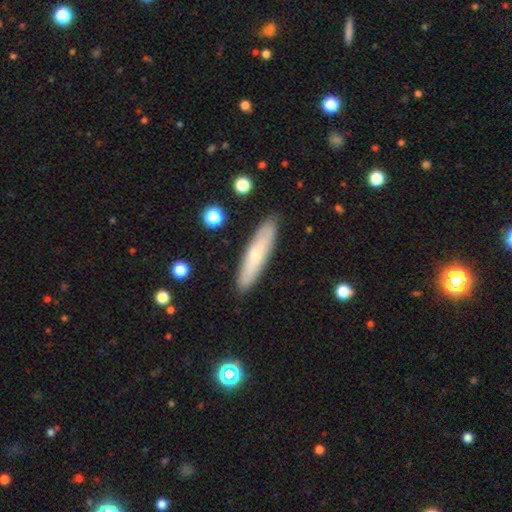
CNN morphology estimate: Smooth or featured?
  - smooth: 59% *
  - featured or disk: 35%
  - star or artifact: 7%
How rounded?
  - cigar-shaped: 84% *
  - in between: 14%
  - round: 2%
Merging?
  - none: 89% *
  - minor disturbance: 8%
  - major disturbance: 2%
  - merger: 1%